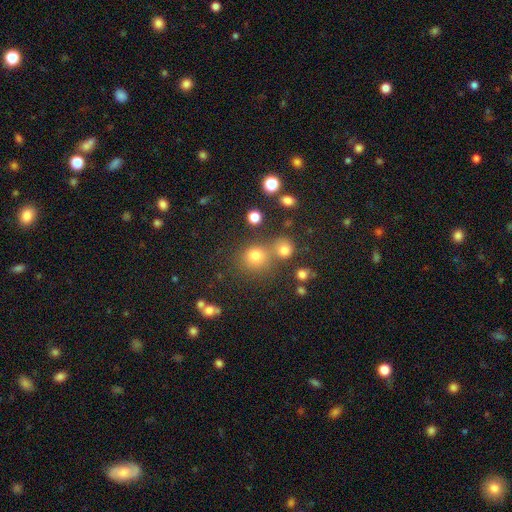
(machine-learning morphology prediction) This is likely a smooth galaxy (71%). How rounded: clearly round (88%). Merging: likely none (68%).